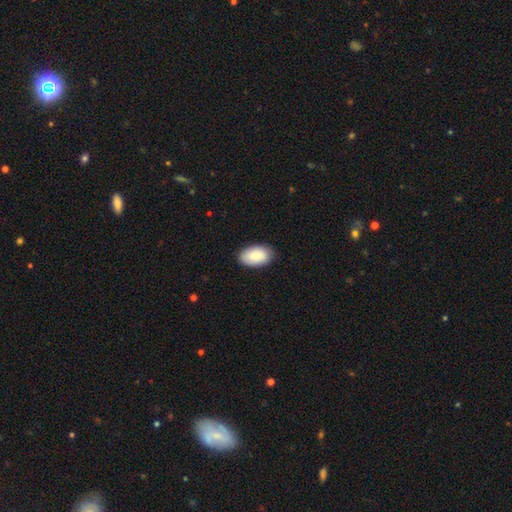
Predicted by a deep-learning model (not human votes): A smooth galaxy with no disk features (90%) that is in between round and cigar-shaped (96%). Merging: none (86%).